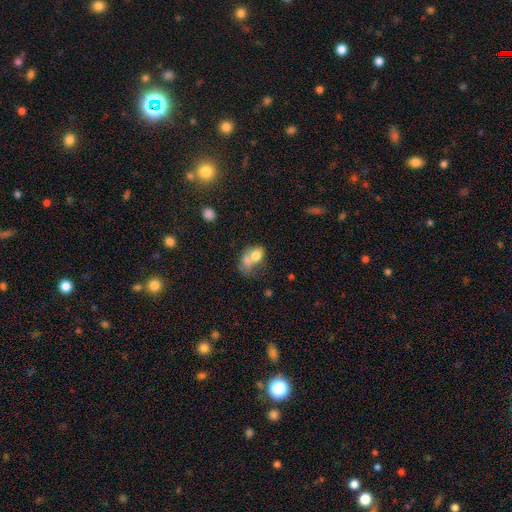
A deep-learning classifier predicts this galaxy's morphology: type=smooth (68%); roundness=in between (68%); merging=merger (52%).